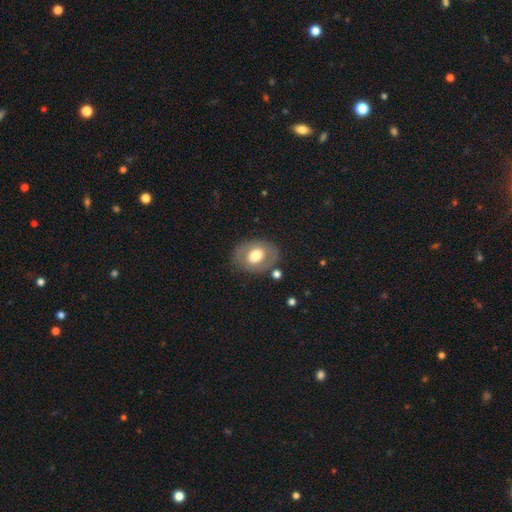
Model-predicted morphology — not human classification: This is possibly a smooth galaxy (57%). How rounded: likely in between (64%). Merging: likely none (77%).